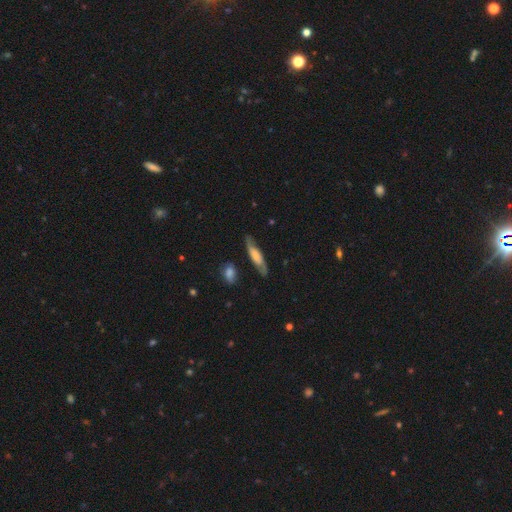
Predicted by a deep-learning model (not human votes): A featured or disk galaxy (54%). Merging: none (78%).